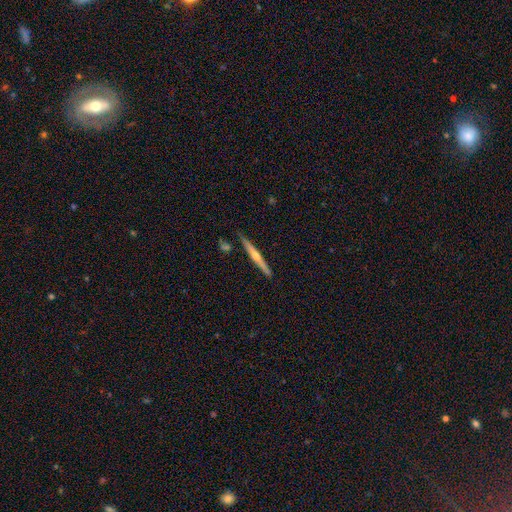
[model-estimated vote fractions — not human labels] This appears to be a featured or disk galaxy (69%) viewed edge-on (98%) with a rounded central bulge (87%). Merging: none (87%).